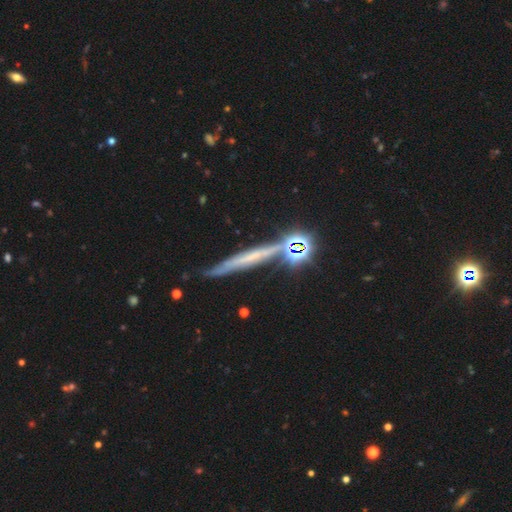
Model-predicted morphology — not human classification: Smooth or featured? featured or disk (55%)
Edge-on disk? yes (91%)
Edge-on bulge? none (71%)
Merging? none (74%)